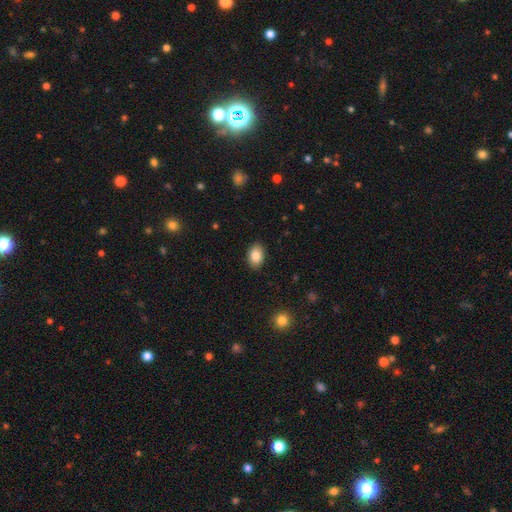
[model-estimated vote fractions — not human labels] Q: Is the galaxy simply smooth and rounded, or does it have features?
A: smooth — 85%.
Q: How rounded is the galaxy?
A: in between — 83%.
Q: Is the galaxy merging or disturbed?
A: none — 88%.